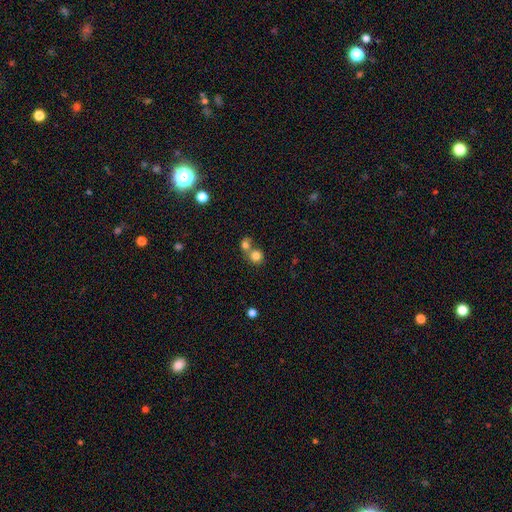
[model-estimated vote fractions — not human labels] Q: Smooth or featured?
A: smooth (80%); runner-up: star or artifact (12%)
Q: How rounded?
A: round (87%); runner-up: in between (12%)
Q: Merging?
A: none (46%); runner-up: merger (45%)